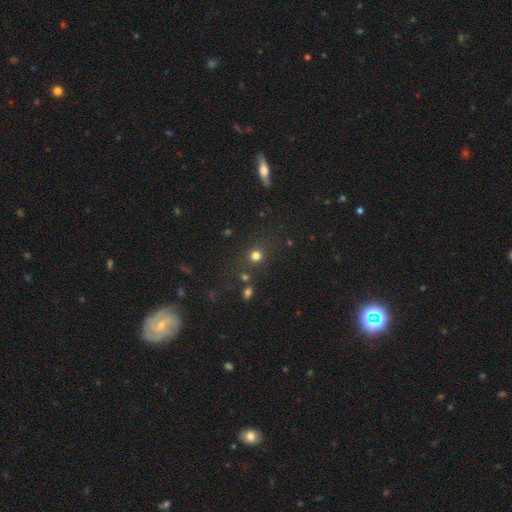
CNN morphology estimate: Smooth or featured? Predicted: smooth (p=0.73). How rounded? Predicted: round (p=0.89). Merging? Predicted: none (p=0.78).